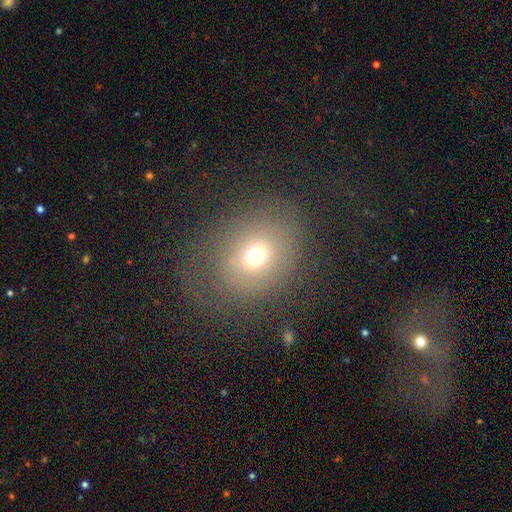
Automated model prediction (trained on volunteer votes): smooth_or_featured: smooth (p=0.65) [alt: featured or disk p=0.19]
how_rounded: round (p=0.62) [alt: in between p=0.37]
merging: none (p=0.63) [alt: minor disturbance p=0.18]